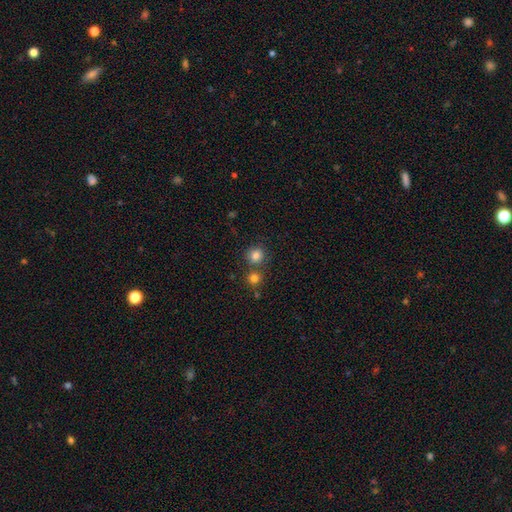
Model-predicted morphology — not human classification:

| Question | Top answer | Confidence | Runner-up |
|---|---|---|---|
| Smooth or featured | smooth | 81% | star or artifact (12%) |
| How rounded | round | 87% | in between (12%) |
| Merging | none | 68% | merger (20%) |